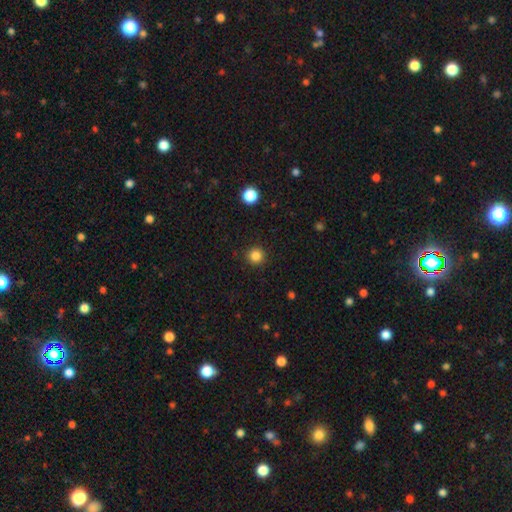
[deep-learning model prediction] Q: Smooth or featured?
A: smooth (85%); runner-up: star or artifact (12%)
Q: How rounded?
A: round (95%); runner-up: in between (4%)
Q: Merging?
A: none (92%); runner-up: minor disturbance (5%)